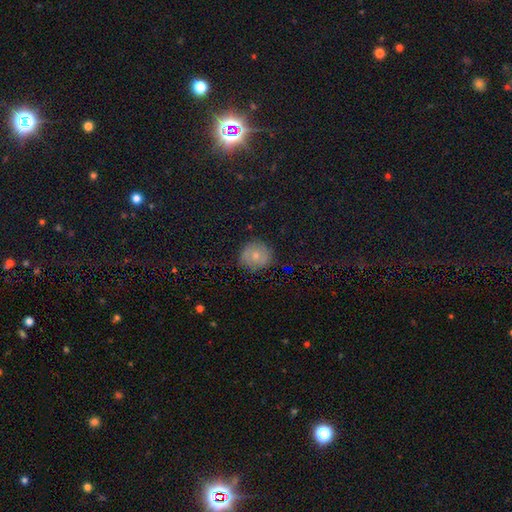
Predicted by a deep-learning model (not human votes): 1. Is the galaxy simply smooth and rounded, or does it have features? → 65% smooth, 23% featured or disk, 12% star or artifact.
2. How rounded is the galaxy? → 90% round, 9% in between, 1% cigar-shaped.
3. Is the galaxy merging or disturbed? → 77% none, 17% minor disturbance, 4% major disturbance, 1% merger.